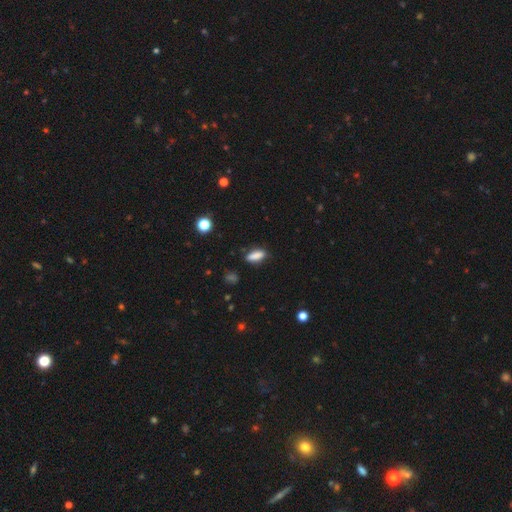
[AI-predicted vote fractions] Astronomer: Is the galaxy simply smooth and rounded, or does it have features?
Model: smooth — 85%.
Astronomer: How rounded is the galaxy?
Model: in between — 57% (runner-up: cigar-shaped, 39%).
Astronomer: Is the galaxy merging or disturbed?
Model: none — 83%.